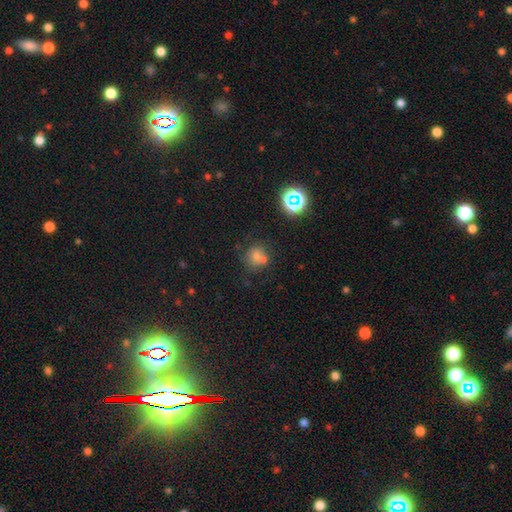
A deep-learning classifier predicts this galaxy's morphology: A smooth galaxy with no disk features (52%) that is round (85%).

Vote fractions:
- Smooth or featured? smooth: 52% / star or artifact: 33% / featured or disk: 15%
- How rounded? round: 85% / in between: 14% / cigar-shaped: 1%
- Merging? none: 58% / merger: 24% / minor disturbance: 12% / major disturbance: 6%